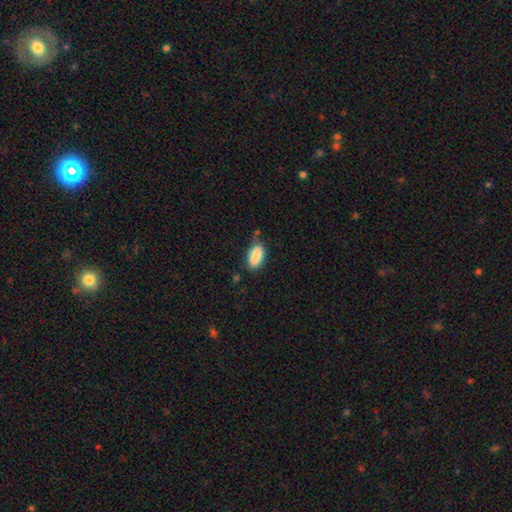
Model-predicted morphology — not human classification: Overall: smooth (88%). How rounded: in between (92%). Merging: none (69%).